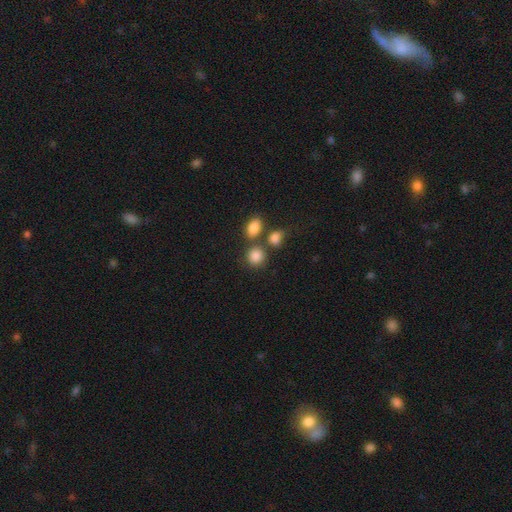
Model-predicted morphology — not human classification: smooth-or-featured: smooth: 85% | star or artifact: 10% | featured or disk: 6%
  how-rounded: round: 75% | in between: 24% | cigar-shaped: 1%
  merging: none: 61% | merger: 24% | minor disturbance: 11% | major disturbance: 5%